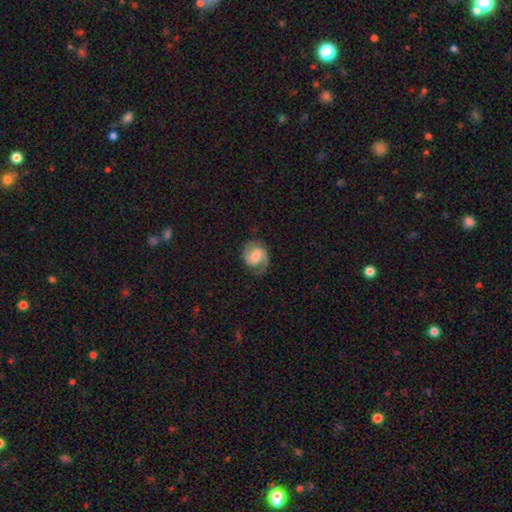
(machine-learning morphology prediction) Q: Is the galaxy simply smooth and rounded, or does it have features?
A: featured or disk — 82%.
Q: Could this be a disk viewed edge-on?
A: no — 98%.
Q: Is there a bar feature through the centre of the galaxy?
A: weak — 49%.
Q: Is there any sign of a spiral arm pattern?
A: yes — 96%.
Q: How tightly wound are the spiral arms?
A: medium — 52%.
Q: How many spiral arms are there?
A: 2 — 87%.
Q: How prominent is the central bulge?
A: moderate — 52%.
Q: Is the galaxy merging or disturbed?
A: none — 77%.